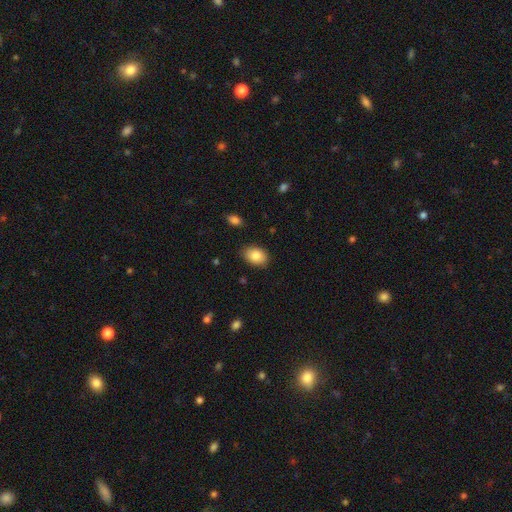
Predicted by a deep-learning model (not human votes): Smooth or featured: smooth — 86% (star or artifact — 7%)
How rounded: in between — 80% (round — 19%)
Merging: none — 85% (minor disturbance — 11%)